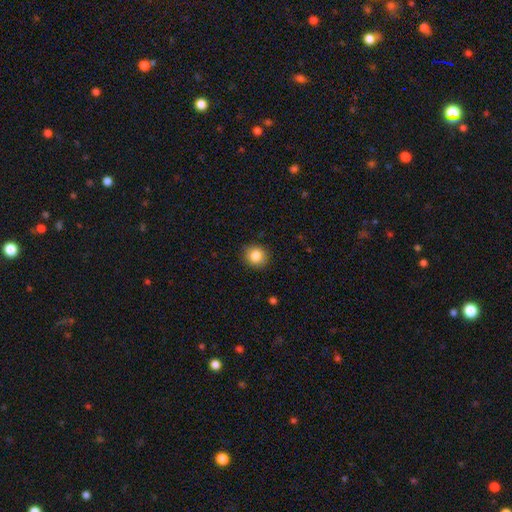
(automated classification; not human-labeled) A smooth galaxy with no disk features (84%) that is round (86%).

Vote fractions:
- Smooth or featured? smooth: 84% / star or artifact: 10% / featured or disk: 6%
- How rounded? round: 86% / in between: 13% / cigar-shaped: 1%
- Merging? none: 91% / minor disturbance: 7% / major disturbance: 2% / merger: 1%